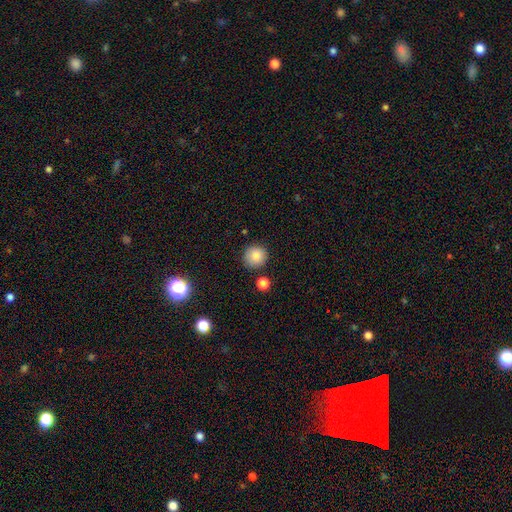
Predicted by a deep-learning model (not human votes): Morphology: type=smooth (84%); roundness=round (93%); merging=none (86%).